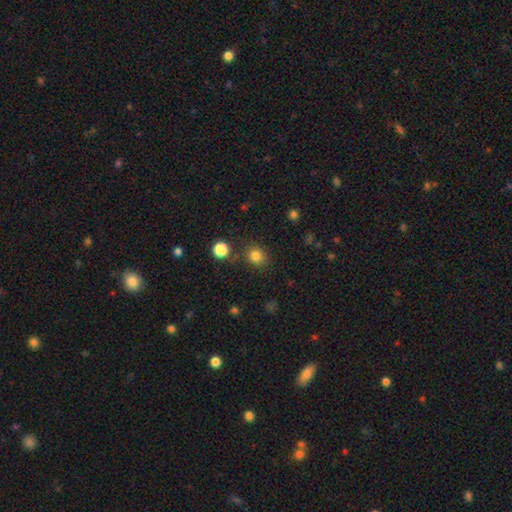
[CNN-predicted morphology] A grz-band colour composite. It shows a smooth galaxy with no disk features (81%) that is round (82%). Merging: none (82%).